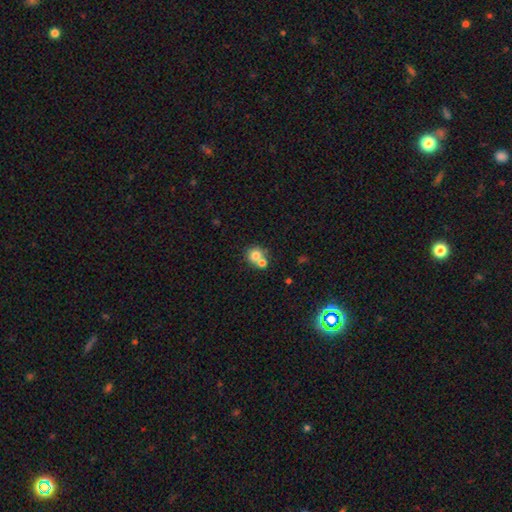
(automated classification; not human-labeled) A smooth galaxy with no disk features (75%) that is round (84%).

Vote fractions:
- Smooth or featured? smooth: 75% / featured or disk: 14% / star or artifact: 11%
- How rounded? round: 84% / in between: 15% / cigar-shaped: 1%
- Merging? merger: 49% / none: 41% / minor disturbance: 7% / major disturbance: 3%